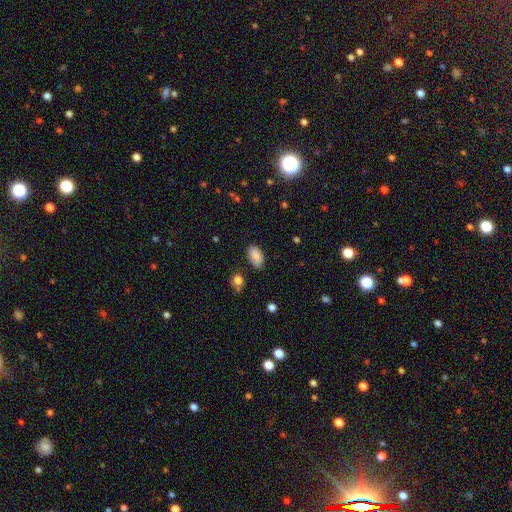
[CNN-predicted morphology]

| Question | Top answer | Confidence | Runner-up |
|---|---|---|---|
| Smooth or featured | smooth | 86% | star or artifact (8%) |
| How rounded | in between | 94% | round (5%) |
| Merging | none | 76% | minor disturbance (18%) |